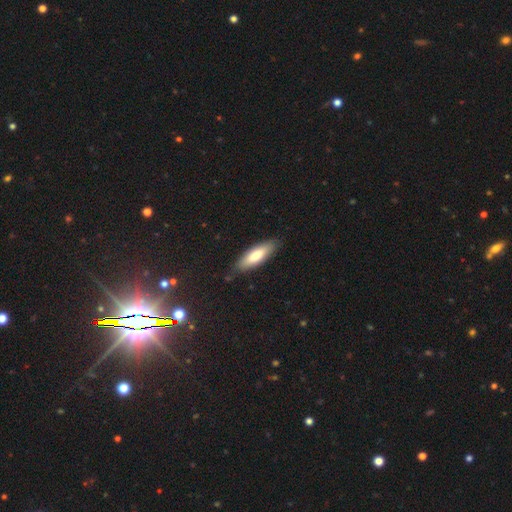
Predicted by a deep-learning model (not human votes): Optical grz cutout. It shows a smooth galaxy with no disk features (76%) that is in between round and cigar-shaped (50%). Merging: none (84%).